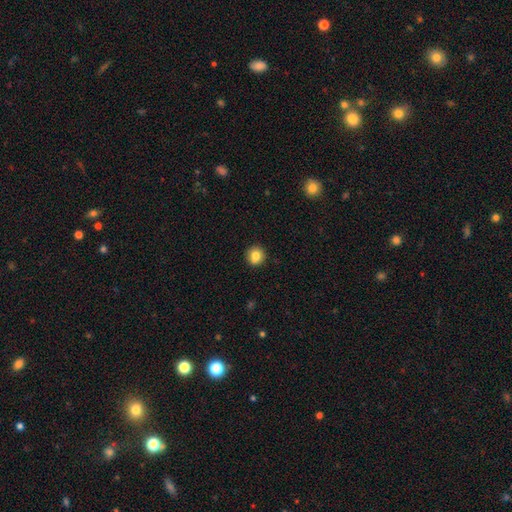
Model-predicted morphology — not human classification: type=smooth (80%); roundness=round (89%); merging=none (83%).